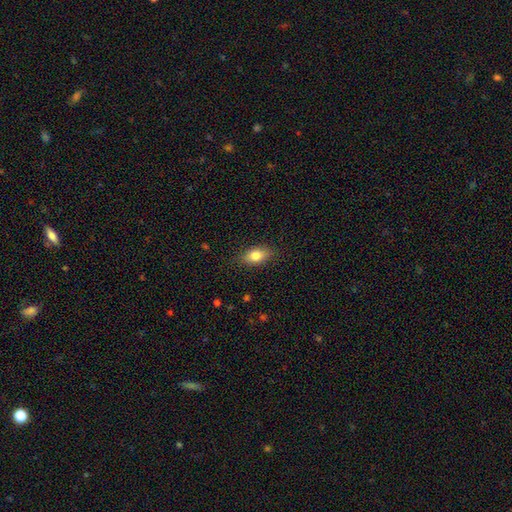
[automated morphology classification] This is likely a smooth galaxy (80%). How rounded: clearly in between (85%). Merging: clearly none (84%).